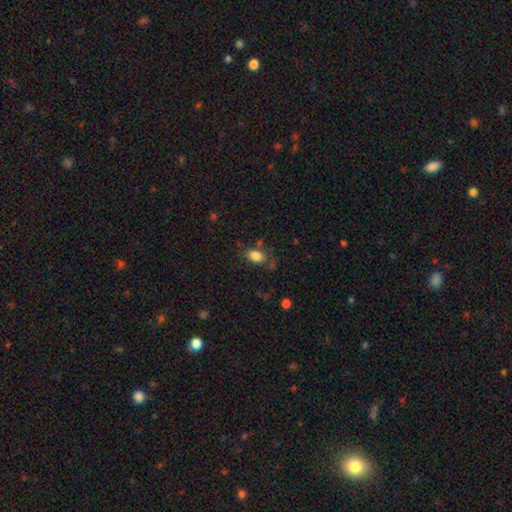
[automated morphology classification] smooth 82%, star or artifact 9%, featured or disk 9%. Down the decision tree: how rounded — in between (86%); merging — none (65%).